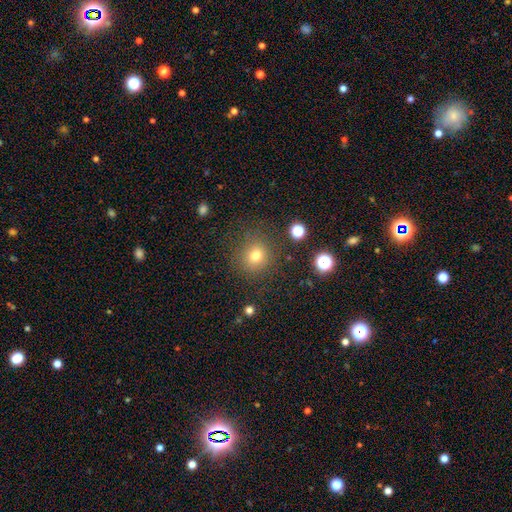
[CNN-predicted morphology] Overall: smooth (75%). How rounded: round (90%). Merging: none (84%).